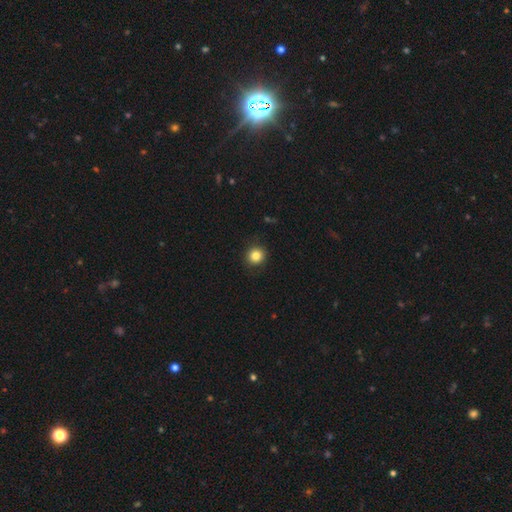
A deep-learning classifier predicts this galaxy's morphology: The model was most divided on "smooth or featured": smooth: 84%, star or artifact: 11%, featured or disk: 5%. More confident: how rounded — round (91%); merging — none (90%).